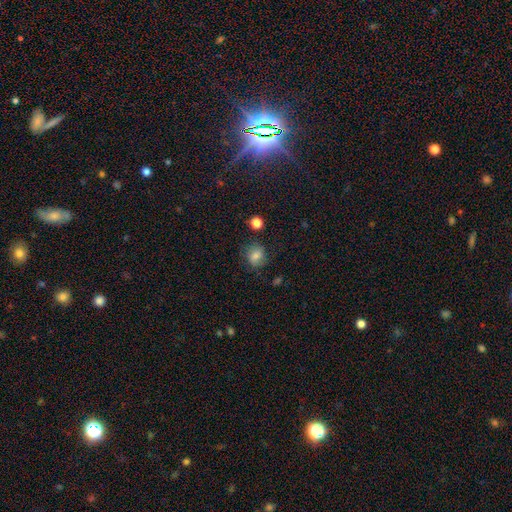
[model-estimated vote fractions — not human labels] Q: Smooth or featured?
A: smooth (75%); runner-up: featured or disk (14%)
Q: How rounded?
A: round (71%); runner-up: in between (28%)
Q: Merging?
A: none (73%); runner-up: minor disturbance (18%)